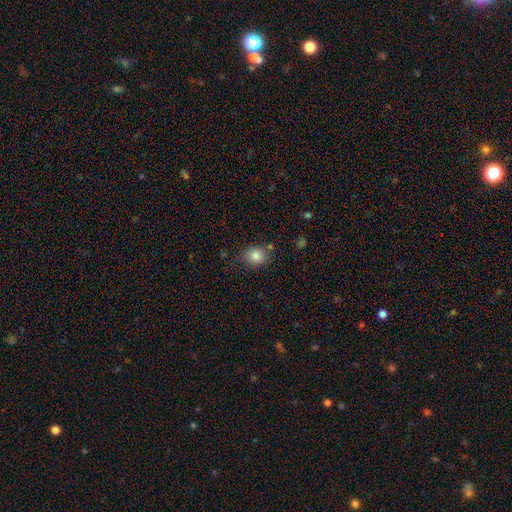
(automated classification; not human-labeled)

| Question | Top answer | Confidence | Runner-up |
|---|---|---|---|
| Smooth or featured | smooth | 84% | star or artifact (10%) |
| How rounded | round | 68% | in between (31%) |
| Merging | none | 77% | minor disturbance (14%) |